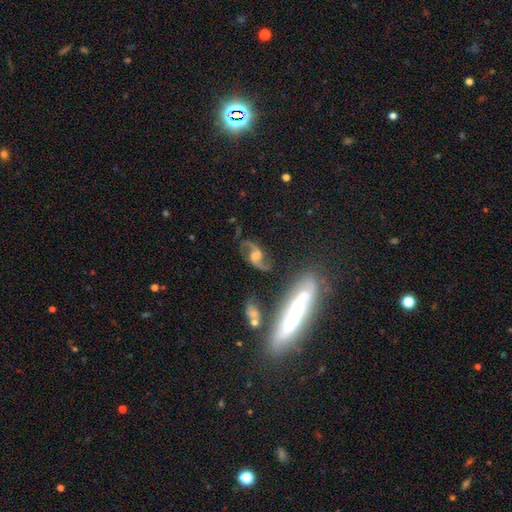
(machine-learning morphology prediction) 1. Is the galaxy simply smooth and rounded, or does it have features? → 86% featured or disk, 7% smooth, 6% star or artifact.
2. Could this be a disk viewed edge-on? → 96% no, 4% yes.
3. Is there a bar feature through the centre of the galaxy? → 47% no, 42% weak, 11% strong.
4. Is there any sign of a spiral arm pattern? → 96% yes, 4% no.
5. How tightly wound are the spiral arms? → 69% loose, 26% medium, 5% tight.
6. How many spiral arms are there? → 93% 2, 2% can't tell, 2% 1, 1% 3, 1% 4, 1% more than 4.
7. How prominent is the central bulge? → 34% moderate, 23% none, 21% small, 19% large, 2% dominant.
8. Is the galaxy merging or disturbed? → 71% none, 15% minor disturbance, 9% major disturbance, 5% merger.